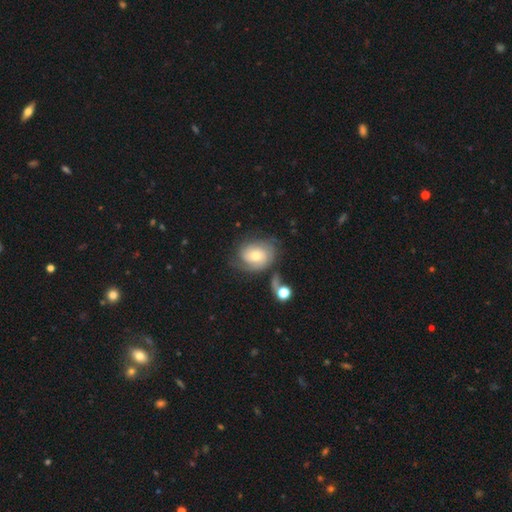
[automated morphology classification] Smooth or featured? Predicted: featured or disk (p=0.65). Edge-on disk? Predicted: no (p=0.96). Bar? Predicted: no (p=0.74). Spiral arms? Predicted: yes (p=0.87). Spiral winding? Predicted: tight (p=0.53). Spiral arm count? Predicted: can't tell (p=0.34). Bulge size? Predicted: moderate (p=0.60). Merging? Predicted: none (p=0.53).